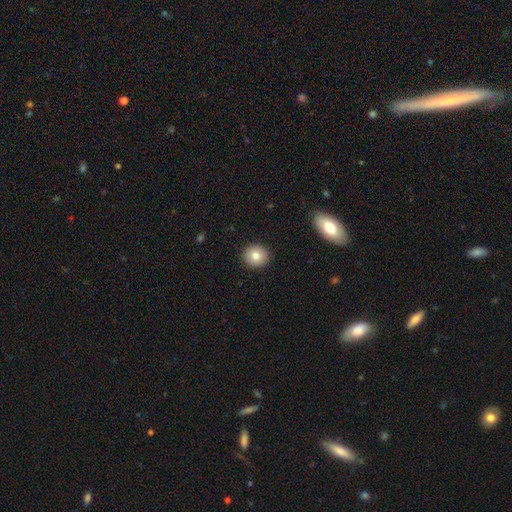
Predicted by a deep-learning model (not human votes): A smooth galaxy with no disk features (82%) that is round (90%).

Vote fractions:
- Smooth or featured? smooth: 82% / star or artifact: 9% / featured or disk: 9%
- How rounded? round: 90% / in between: 9% / cigar-shaped: 1%
- Merging? none: 92% / minor disturbance: 6% / major disturbance: 2% / merger: 1%